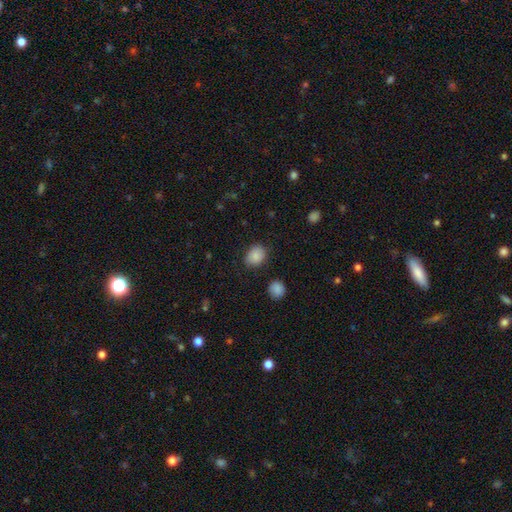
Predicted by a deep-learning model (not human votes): Smooth or featured? Predicted: smooth (p=0.86). How rounded? Predicted: in between (p=0.53). Merging? Predicted: none (p=0.78).